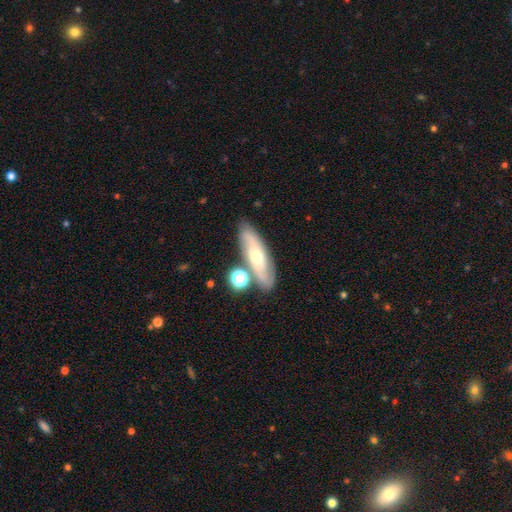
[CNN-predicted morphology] Q: Smooth or featured?
A: featured or disk (56%); runner-up: smooth (35%)
Q: Edge-on disk?
A: no (70%); runner-up: yes (30%)
Q: Merging?
A: none (69%); runner-up: minor disturbance (14%)